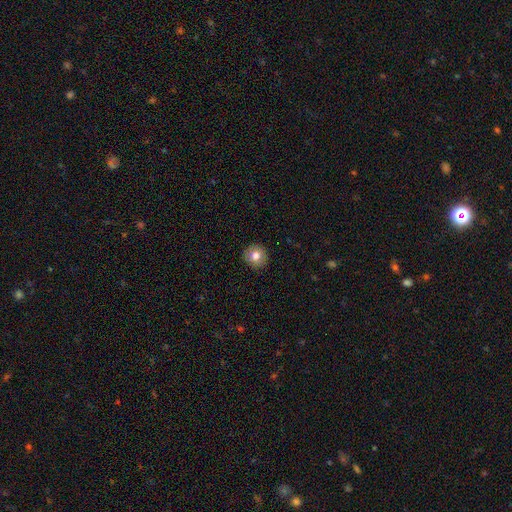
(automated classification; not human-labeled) This is likely a smooth galaxy (79%). How rounded: clearly round (92%). Merging: clearly none (91%).